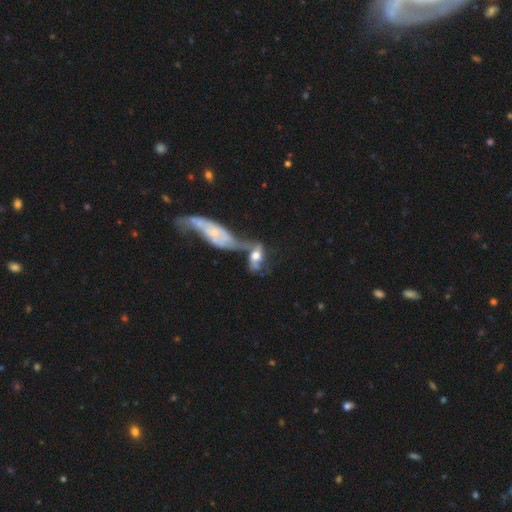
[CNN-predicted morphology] Smooth or featured? Predicted: featured or disk (p=0.55). Edge-on disk? Predicted: no (p=0.81). Merging? Predicted: merger (p=0.60).